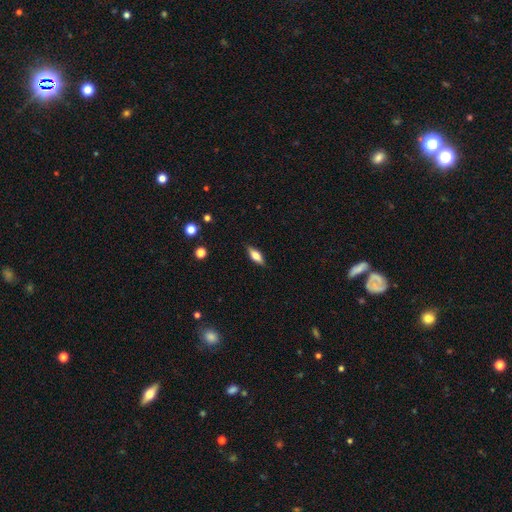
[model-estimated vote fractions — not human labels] This appears to be a smooth galaxy with no disk features (66%) that is in between round and cigar-shaped (66%). Merging: none (86%).